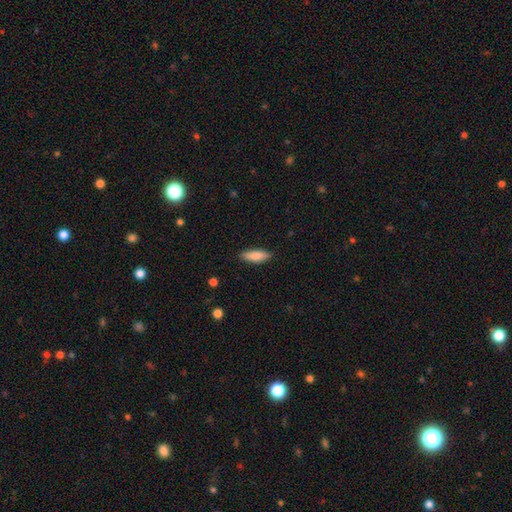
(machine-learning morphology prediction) This is clearly a smooth galaxy (85%). How rounded: possibly in between (56%). Merging: clearly none (87%).